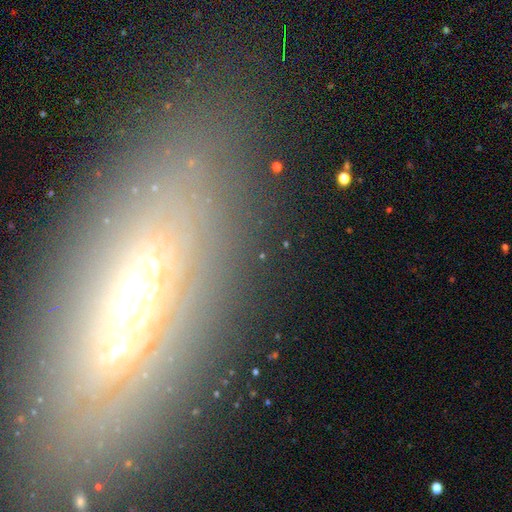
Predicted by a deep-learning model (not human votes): Smooth or featured?
  - featured or disk: 60% *
  - smooth: 23%
  - star or artifact: 16%
Edge-on disk?
  - no: 51% *
  - yes: 49%
Merging?
  - none: 79% *
  - minor disturbance: 13%
  - major disturbance: 6%
  - merger: 2%